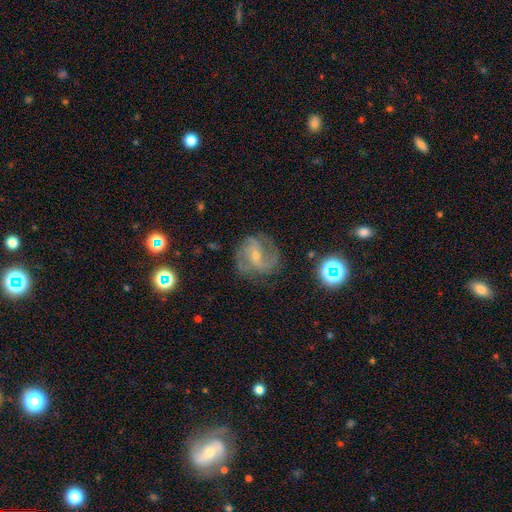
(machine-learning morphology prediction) Overall: featured or disk (80%). Edge-on disk: no (97%). Bar: weak (45%; no 36%). Spiral arms: yes (95%). Spiral arm count: 2 (54%; 3 18%). Spiral winding: medium (50%; tight 30%). Bulge size: small (66%; moderate 30%). Merging: none (73%).